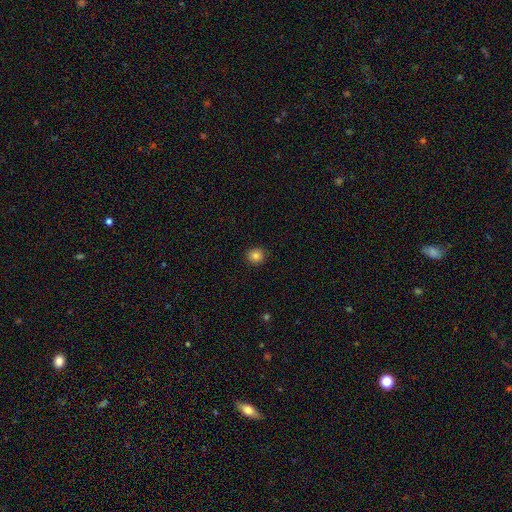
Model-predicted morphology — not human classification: This is clearly a smooth galaxy (83%). How rounded: clearly round (90%). Merging: clearly none (91%).